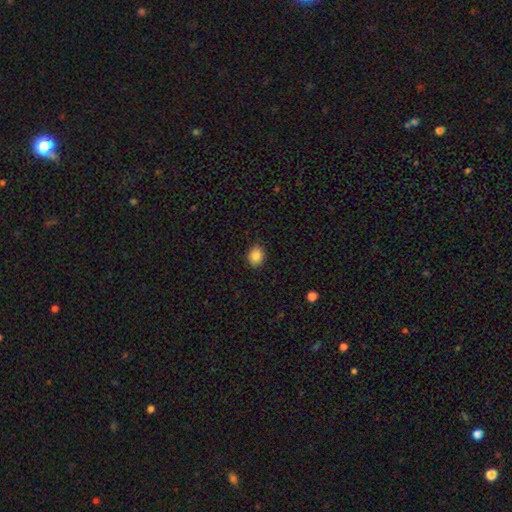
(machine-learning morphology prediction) smooth_or_featured: smooth (p=0.86) [alt: star or artifact p=0.09]
how_rounded: round (p=0.55) [alt: in between p=0.44]
merging: none (p=0.90) [alt: minor disturbance p=0.07]